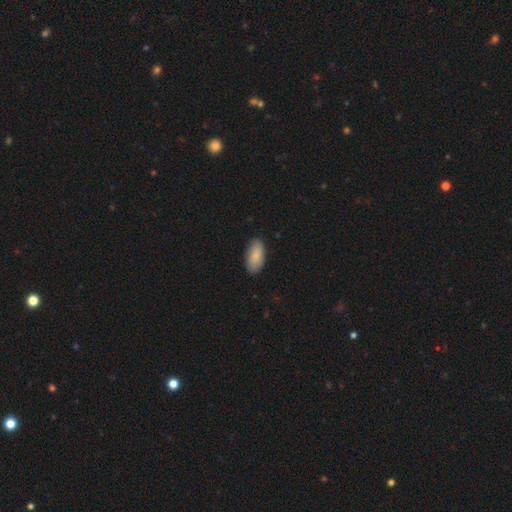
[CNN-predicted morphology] This is clearly a smooth galaxy (87%). How rounded: clearly in between (93%). Merging: clearly none (85%).